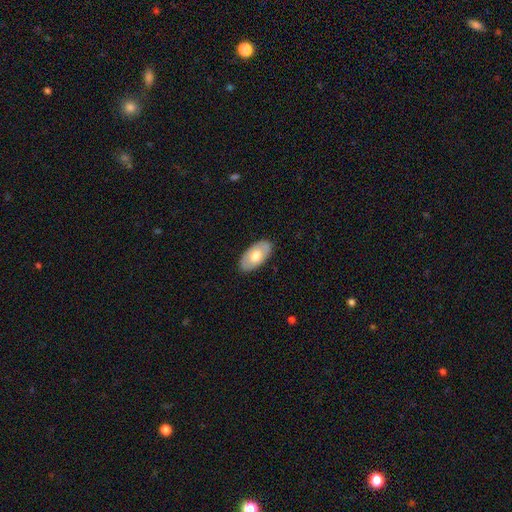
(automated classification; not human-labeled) The model was most divided on "smooth or featured": smooth: 66%, featured or disk: 29%, star or artifact: 5%. More confident: how rounded — in between (95%); merging — none (86%).